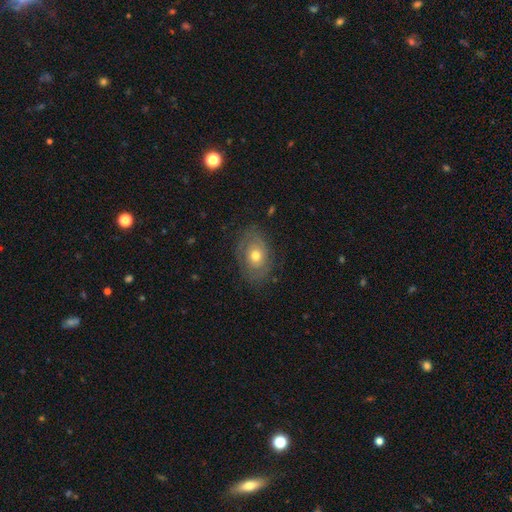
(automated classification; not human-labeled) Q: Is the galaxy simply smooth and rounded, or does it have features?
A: featured or disk — 49%.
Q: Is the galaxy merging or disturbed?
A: none — 75%.